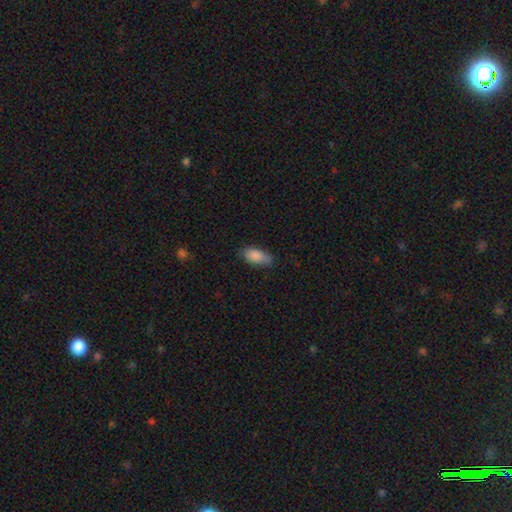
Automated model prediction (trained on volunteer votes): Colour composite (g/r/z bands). It shows a smooth galaxy with no disk features (87%) that is in between round and cigar-shaped (89%). Merging: none (74%).